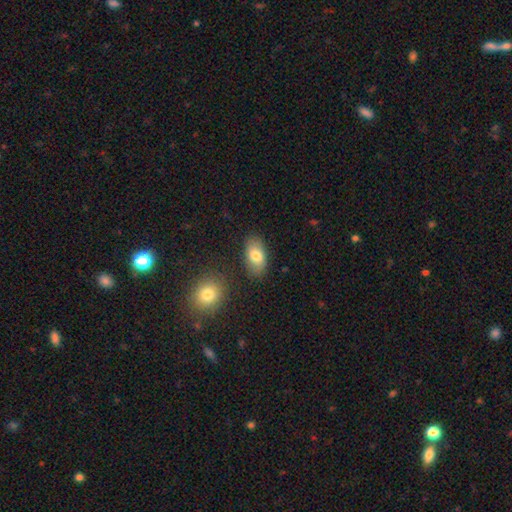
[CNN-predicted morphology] Smooth or featured? smooth (78%)
How rounded? in between (92%)
Merging? none (81%)